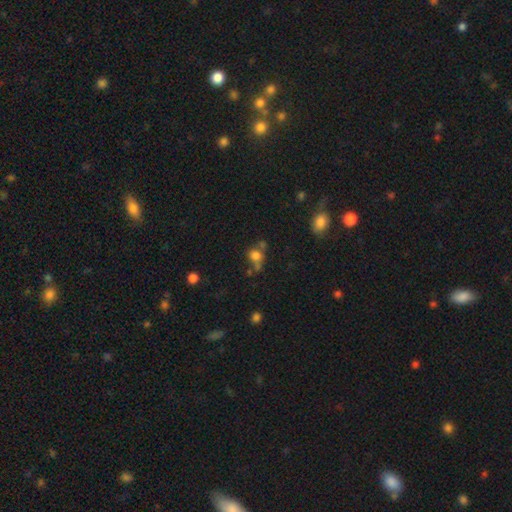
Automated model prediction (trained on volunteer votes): A smooth galaxy with no disk features (73%) that is round (72%).

Vote fractions:
- Smooth or featured? smooth: 73% / star or artifact: 16% / featured or disk: 11%
- How rounded? round: 72% / in between: 26% / cigar-shaped: 2%
- Merging? none: 46% / merger: 28% / minor disturbance: 16% / major disturbance: 10%